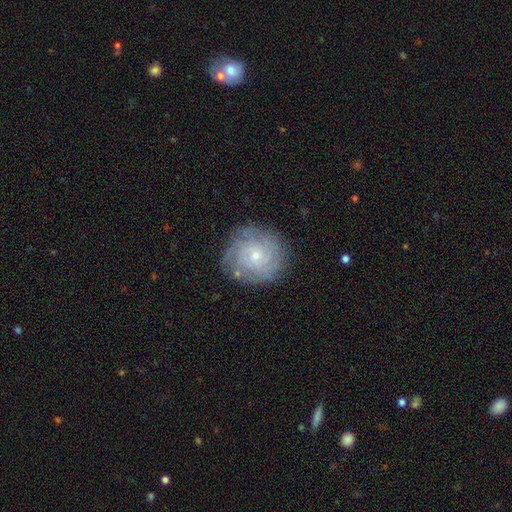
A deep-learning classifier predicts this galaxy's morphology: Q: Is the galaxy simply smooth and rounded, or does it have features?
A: featured or disk — 65%.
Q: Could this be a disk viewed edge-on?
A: no — 97%.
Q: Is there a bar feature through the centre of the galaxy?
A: no — 81%.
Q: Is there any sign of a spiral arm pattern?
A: yes — 86%.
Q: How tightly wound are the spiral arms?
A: tight — 74%.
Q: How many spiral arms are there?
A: can't tell — 48%.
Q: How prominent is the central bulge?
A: small — 78%.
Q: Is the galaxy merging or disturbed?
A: none — 82%.